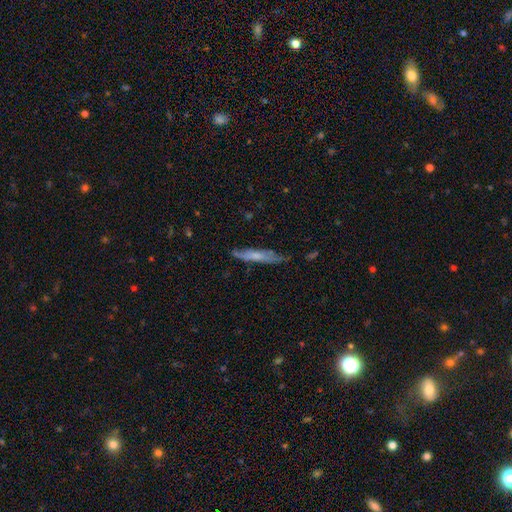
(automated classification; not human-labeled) Smooth or featured? Predicted: smooth (p=0.51). How rounded? Predicted: cigar-shaped (p=0.90). Merging? Predicted: none (p=0.69).